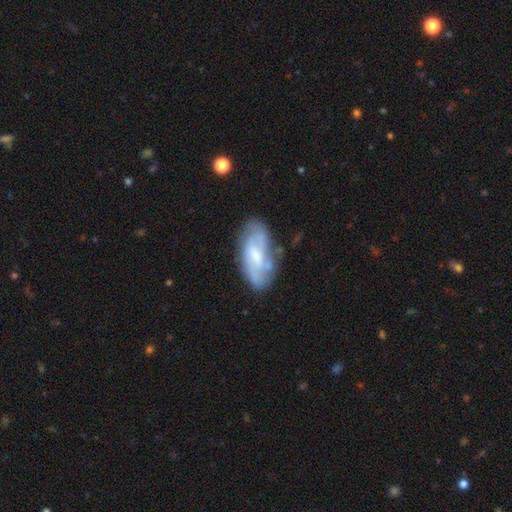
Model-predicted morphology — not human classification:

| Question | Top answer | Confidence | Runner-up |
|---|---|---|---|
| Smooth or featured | featured or disk | 58% | smooth (35%) |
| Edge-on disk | no | 90% | yes (10%) |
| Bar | weak | 47% | no (38%) |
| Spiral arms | yes | 69% | no (31%) |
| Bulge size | small | 41% | moderate (39%) |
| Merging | none | 64% | minor disturbance (24%) |